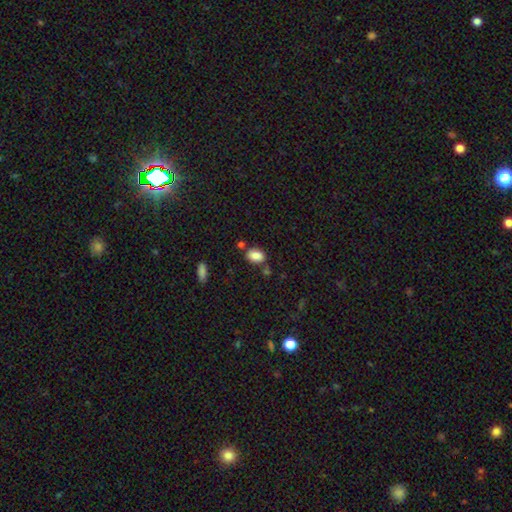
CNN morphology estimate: A smooth galaxy with no disk features (86%) that is in between round and cigar-shaped (86%). Merging: none (69%).